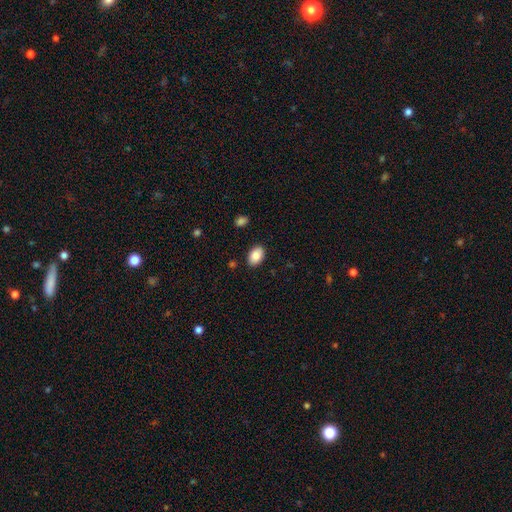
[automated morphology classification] type=smooth (86%); roundness=in between (88%); merging=none (88%).